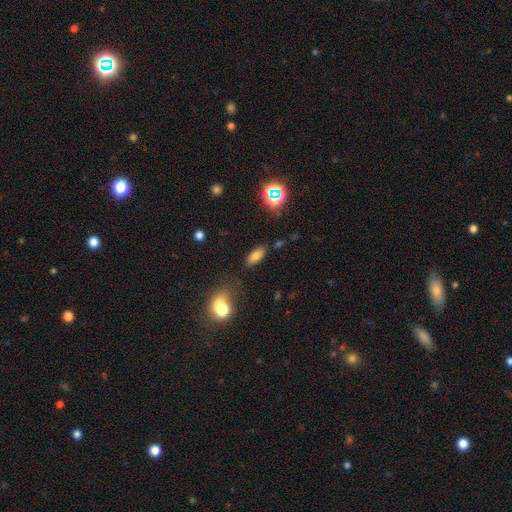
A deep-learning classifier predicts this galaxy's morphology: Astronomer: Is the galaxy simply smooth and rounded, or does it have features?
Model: smooth — 75%.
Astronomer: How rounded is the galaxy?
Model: in between — 83%.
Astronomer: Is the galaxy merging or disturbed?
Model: none — 79%.